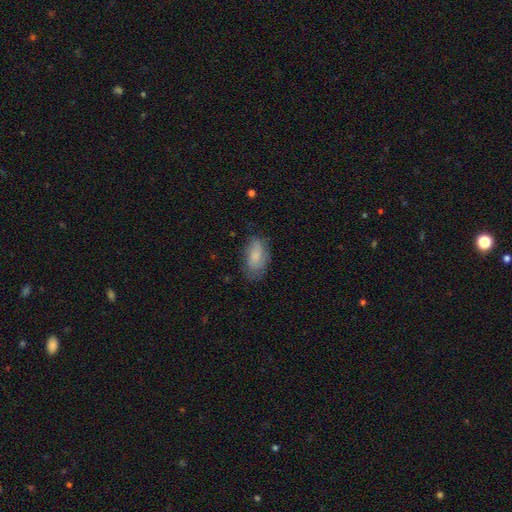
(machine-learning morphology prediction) Smooth or featured? smooth (74%)
How rounded? in between (91%)
Merging? none (65%)